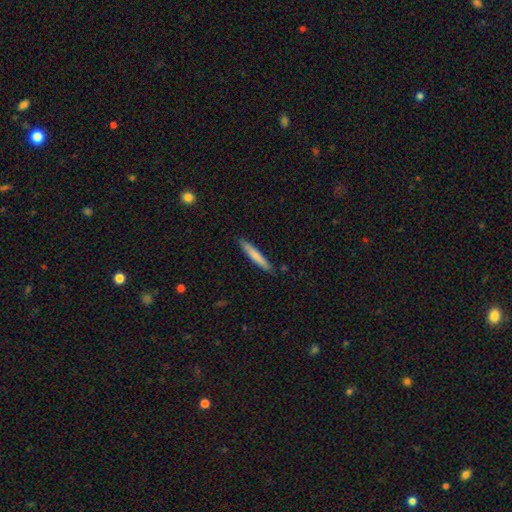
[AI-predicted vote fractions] This appears to be a smooth galaxy with no disk features (74%) that is cigar-shaped (94%). Merging: none (88%).